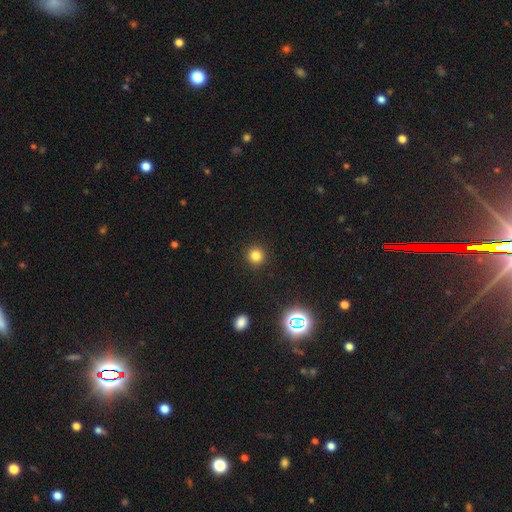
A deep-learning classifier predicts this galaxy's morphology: A smooth galaxy with no disk features (80%) that is round (94%).

Vote fractions:
- Smooth or featured? smooth: 80% / star or artifact: 15% / featured or disk: 5%
- How rounded? round: 94% / in between: 5% / cigar-shaped: 1%
- Merging? none: 92% / minor disturbance: 5% / major disturbance: 2% / merger: 1%